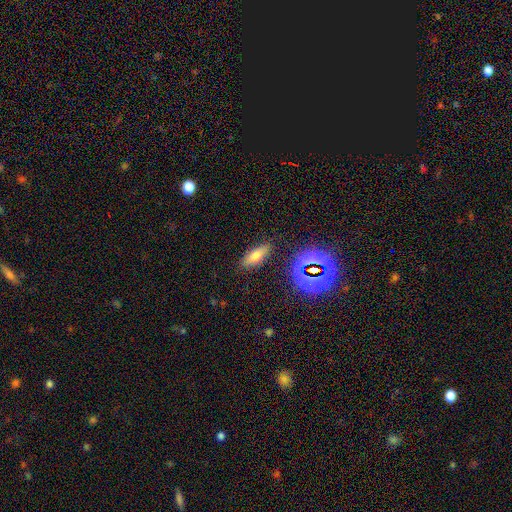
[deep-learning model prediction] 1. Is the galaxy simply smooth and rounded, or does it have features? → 66% smooth, 18% star or artifact, 16% featured or disk.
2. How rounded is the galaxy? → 69% in between, 26% cigar-shaped, 5% round.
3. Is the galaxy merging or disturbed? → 84% none, 11% minor disturbance, 3% major disturbance, 2% merger.